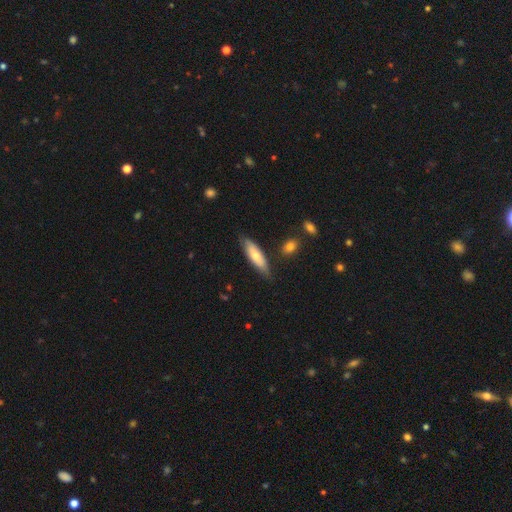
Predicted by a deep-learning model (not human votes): Smooth or featured? Predicted: smooth (p=0.67). How rounded? Predicted: cigar-shaped (p=0.53). Merging? Predicted: none (p=0.76).